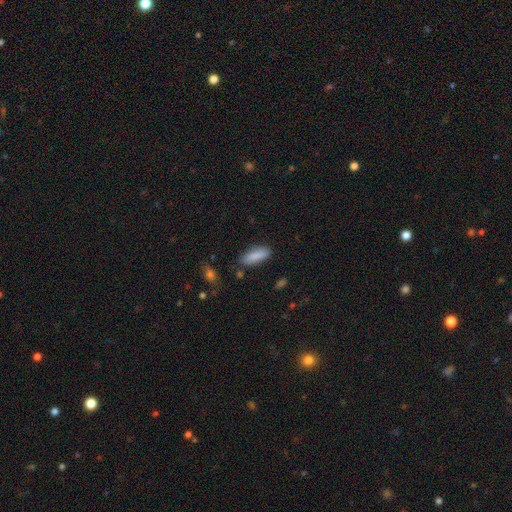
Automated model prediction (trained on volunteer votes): The model was most divided on "how rounded": in between: 64%, cigar-shaped: 34%, round: 2%. More confident: smooth or featured — smooth (87%); merging — none (80%).